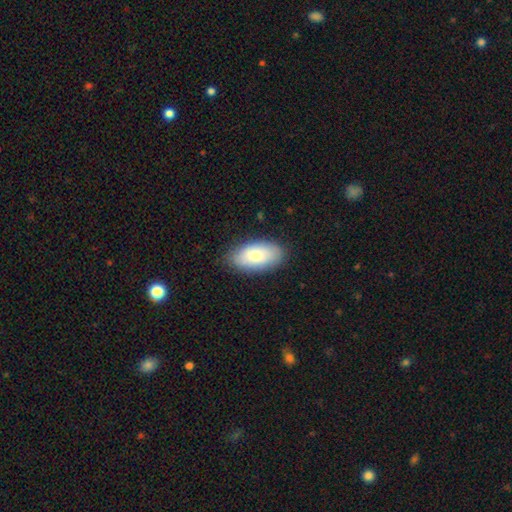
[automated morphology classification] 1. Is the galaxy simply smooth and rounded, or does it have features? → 76% smooth, 17% featured or disk, 6% star or artifact.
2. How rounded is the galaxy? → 94% in between, 3% round, 3% cigar-shaped.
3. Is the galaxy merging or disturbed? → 84% none, 12% minor disturbance, 3% major disturbance, 1% merger.